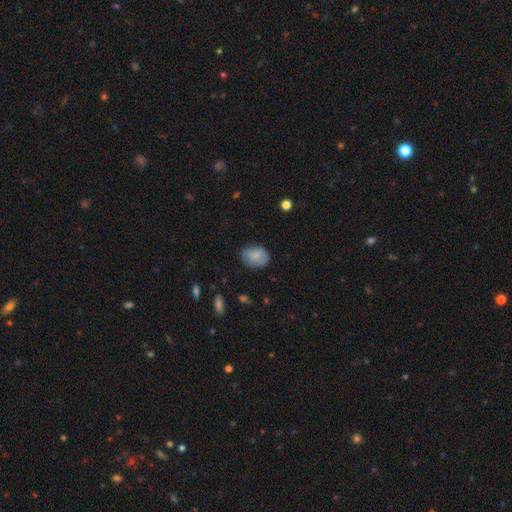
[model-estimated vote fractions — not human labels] Q: Smooth or featured?
A: smooth (79%); runner-up: featured or disk (13%)
Q: How rounded?
A: in between (69%); runner-up: round (30%)
Q: Merging?
A: none (65%); runner-up: minor disturbance (27%)